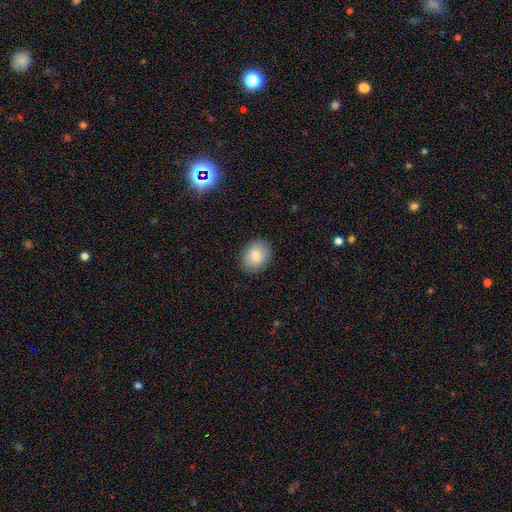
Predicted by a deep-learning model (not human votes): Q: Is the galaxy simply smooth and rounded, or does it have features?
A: smooth — 79%.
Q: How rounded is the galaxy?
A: in between — 69%.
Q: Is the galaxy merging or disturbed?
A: none — 84%.